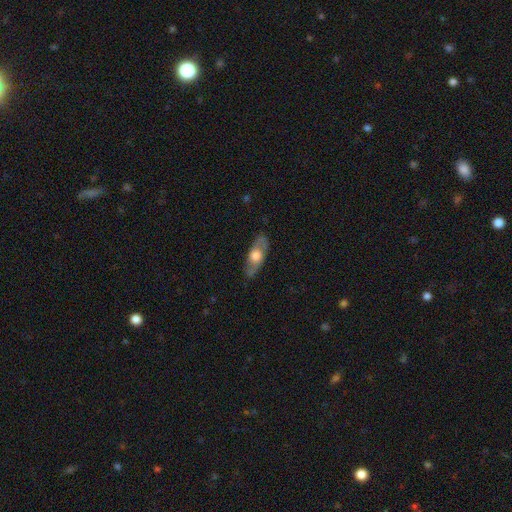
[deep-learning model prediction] This appears to be a featured or disk galaxy (51%). Merging: none (83%).